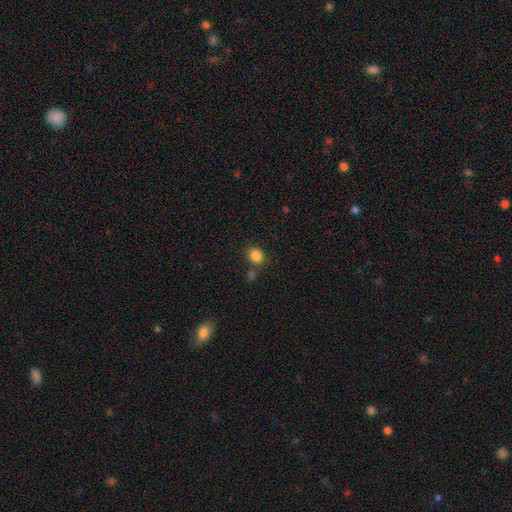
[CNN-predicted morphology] Overall: smooth (85%). How rounded: round (61%; in between 38%). Merging: none (74%).